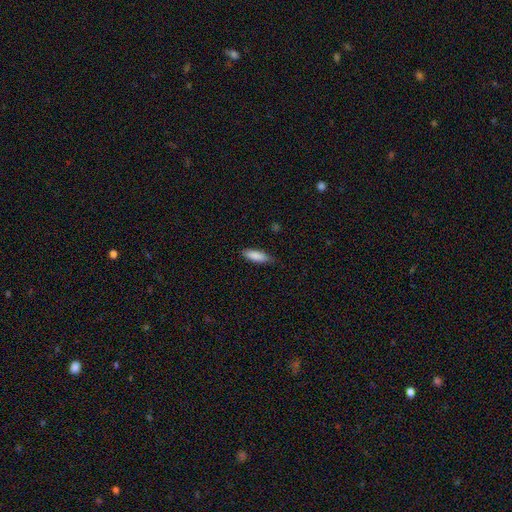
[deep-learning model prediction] This is clearly a smooth galaxy (87%). How rounded: possibly in between (60%). Merging: likely none (77%).